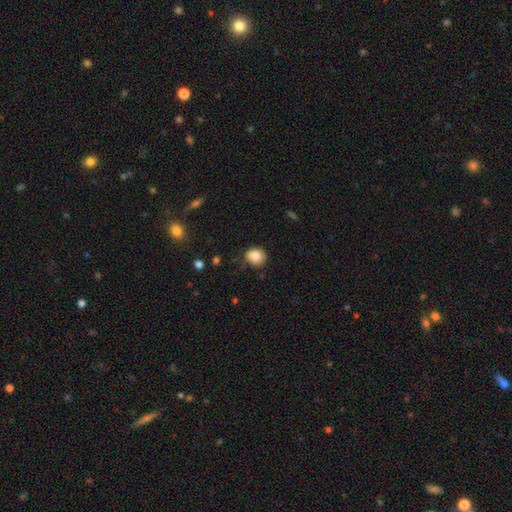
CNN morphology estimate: smooth 85%, star or artifact 9%, featured or disk 6%. Down the decision tree: how rounded — round (75%); merging — none (78%).